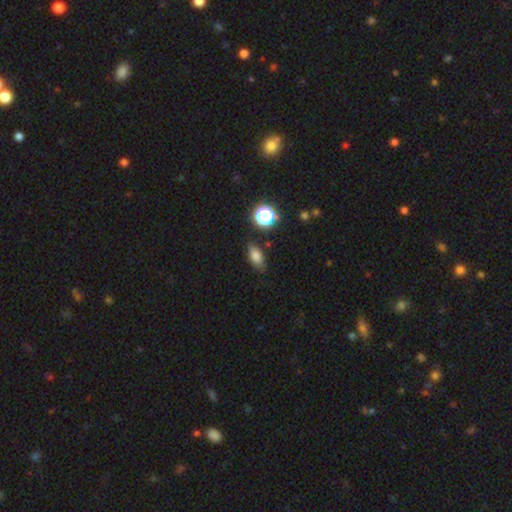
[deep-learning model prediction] Smooth or featured: smooth — 79% (star or artifact — 13%)
How rounded: in between — 83% (round — 11%)
Merging: none — 79% (minor disturbance — 15%)